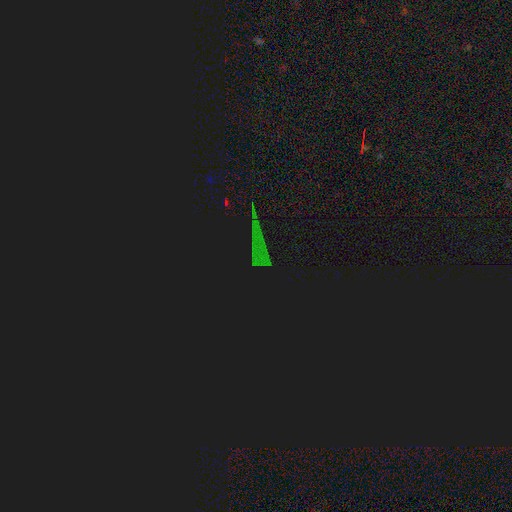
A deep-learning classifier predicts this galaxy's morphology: Q: Smooth or featured?
A: star or artifact (84%); runner-up: smooth (9%)